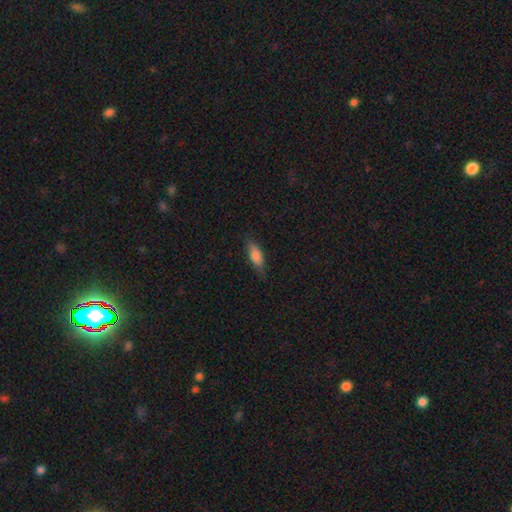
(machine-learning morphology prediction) Overall: smooth (79%). How rounded: in between (66%; cigar-shaped 31%). Merging: none (76%).